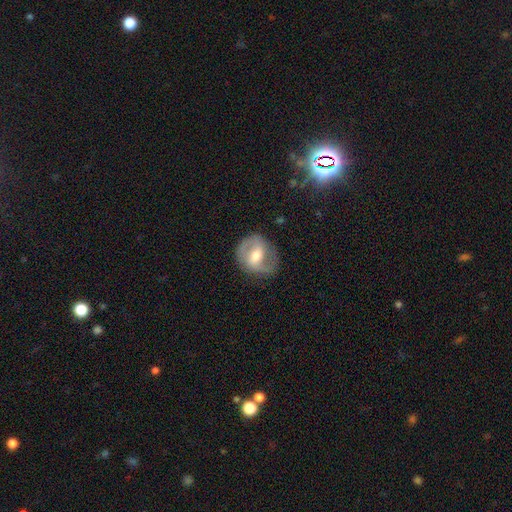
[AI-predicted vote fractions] smooth-or-featured: featured or disk: 73% | smooth: 21% | star or artifact: 6%
  disk-edge-on: no: 96% | yes: 4%
    bar: weak: 46% | strong: 32% | no: 22%
    has-spiral-arms: yes: 84% | no: 16%
      spiral-winding: medium: 49% | loose: 26% | tight: 24%
      spiral-arm-count: 2: 85% | can't tell: 7% | 1: 5% | 3: 1% | 4: 1% | more than 4: 1%
    bulge-size: moderate: 69% | small: 19% | large: 9% | none: 1% | dominant: 1%
  merging: none: 77% | minor disturbance: 15% | major disturbance: 6% | merger: 1%